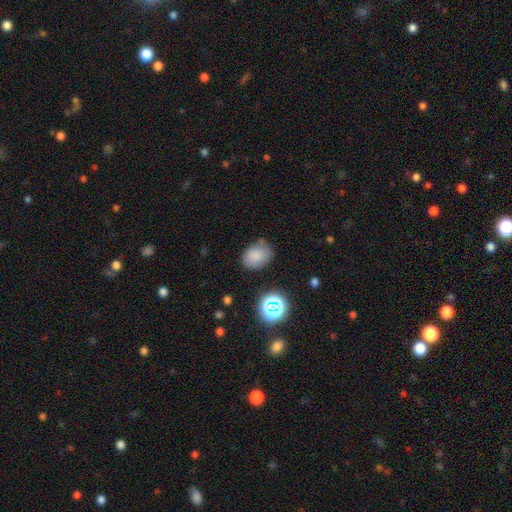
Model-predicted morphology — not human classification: The model was most divided on "how rounded": in between: 66%, round: 33%, cigar-shaped: 1%. More confident: smooth or featured — smooth (80%); merging — none (71%).